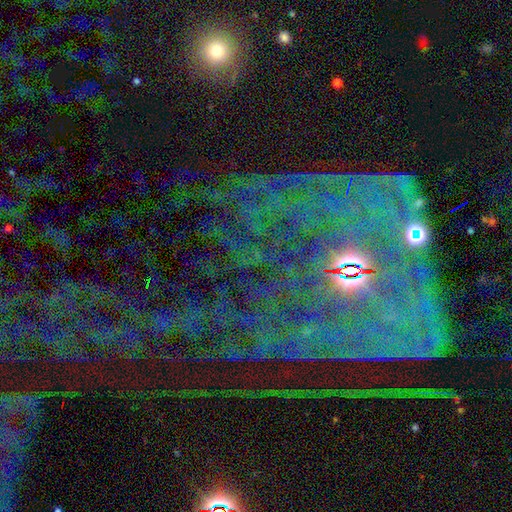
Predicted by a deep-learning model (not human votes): A star or artifact, not a galaxy (68%).

Vote fractions:
- Smooth or featured? star or artifact: 68% / featured or disk: 20% / smooth: 12%